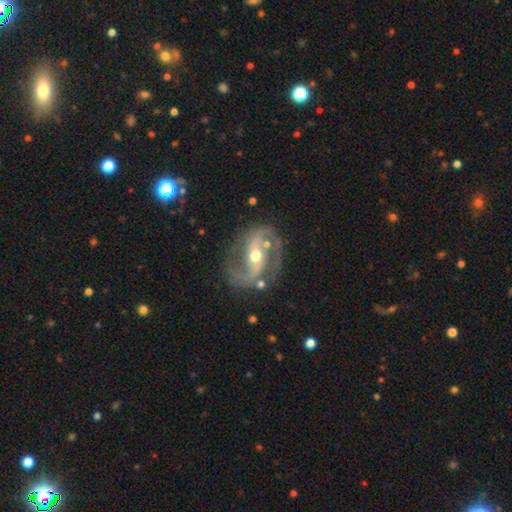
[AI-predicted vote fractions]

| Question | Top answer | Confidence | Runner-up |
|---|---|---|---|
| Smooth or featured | featured or disk | 91% | star or artifact (5%) |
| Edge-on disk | no | 97% | yes (3%) |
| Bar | strong | 39% | weak (34%) |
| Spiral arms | yes | 96% | no (4%) |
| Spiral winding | medium | 56% | loose (29%) |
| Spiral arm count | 2 | 93% | can't tell (2%) |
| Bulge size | moderate | 71% | small (23%) |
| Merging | none | 77% | minor disturbance (14%) |